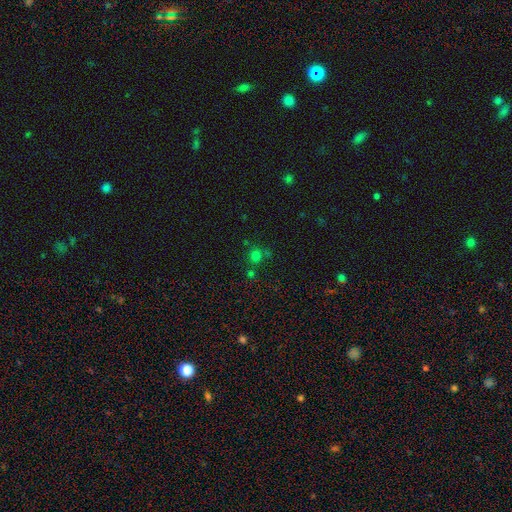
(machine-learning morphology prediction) Overall: smooth (66%; star or artifact 27%). How rounded: round (90%). Merging: none (69%).